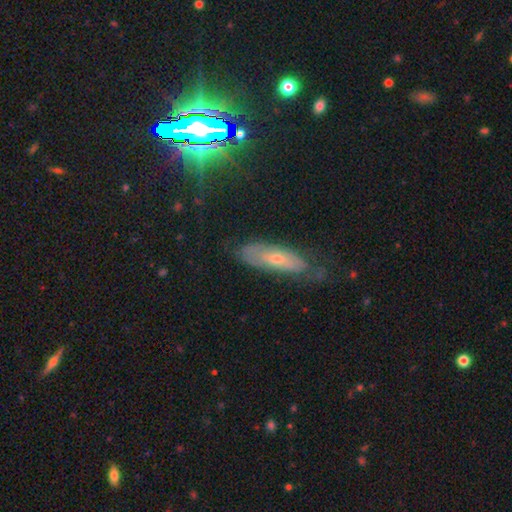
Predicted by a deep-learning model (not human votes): Overall: featured or disk (51%; smooth 37%). Edge-on disk: no (69%; yes 31%). Merging: none (66%).